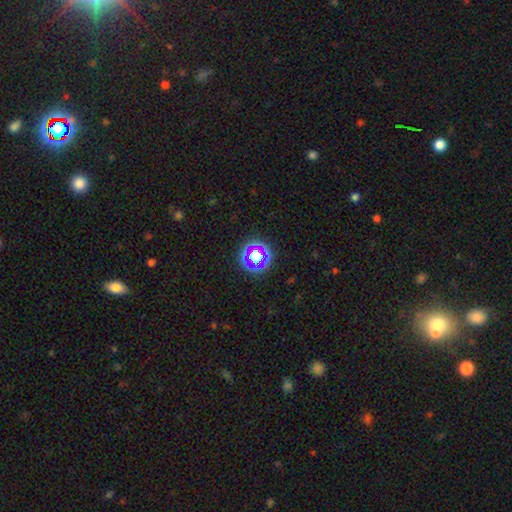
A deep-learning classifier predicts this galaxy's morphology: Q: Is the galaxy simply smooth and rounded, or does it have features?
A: star or artifact — 50%.